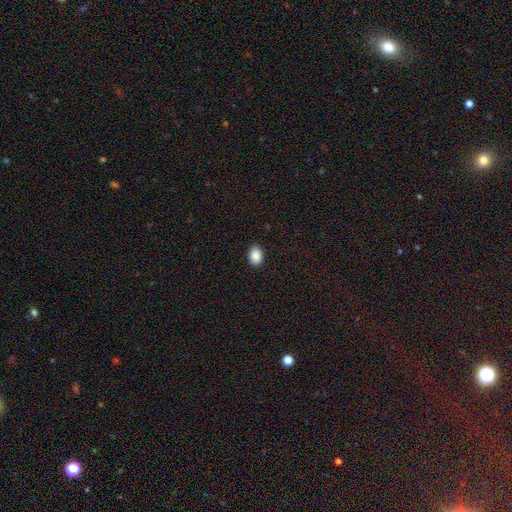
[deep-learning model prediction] Overall: smooth (88%). How rounded: in between (70%). Merging: none (85%).